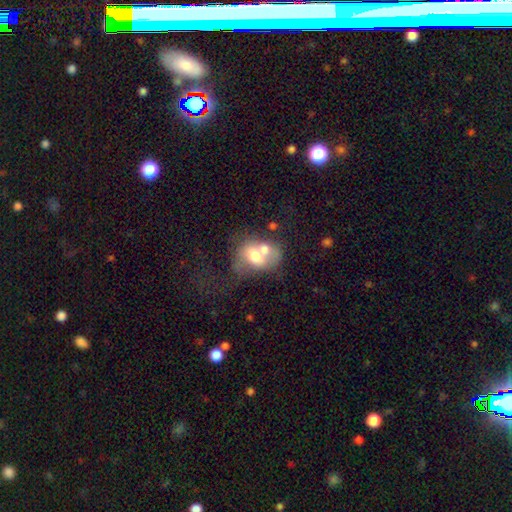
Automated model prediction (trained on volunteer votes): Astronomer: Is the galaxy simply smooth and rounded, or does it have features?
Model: smooth — 57% (runner-up: featured or disk, 34%).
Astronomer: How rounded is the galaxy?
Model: in between — 56% (runner-up: round, 43%).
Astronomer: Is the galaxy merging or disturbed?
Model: merger — 59%.